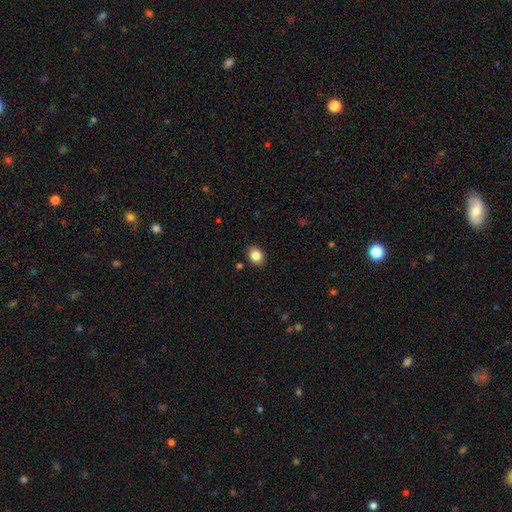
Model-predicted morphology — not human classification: This is clearly a smooth galaxy (85%). How rounded: possibly in between (51%). Merging: clearly none (88%).